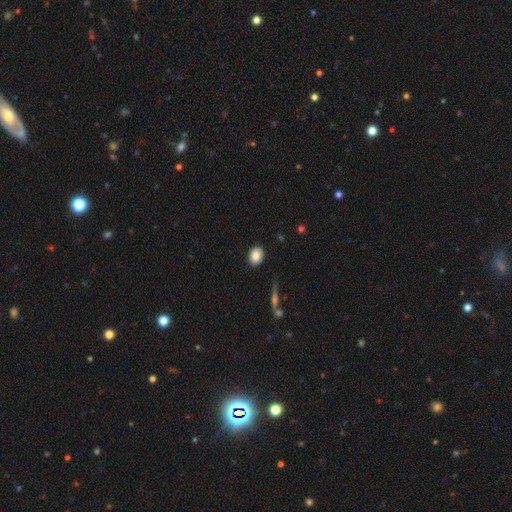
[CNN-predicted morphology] smooth_or_featured: smooth (p=0.86) [alt: star or artifact p=0.08]
how_rounded: in between (p=0.71) [alt: round p=0.27]
merging: none (p=0.88) [alt: minor disturbance p=0.08]